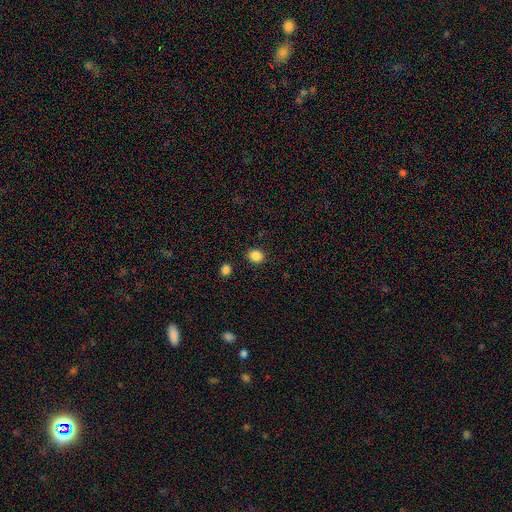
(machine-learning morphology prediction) smooth 87%, star or artifact 11%, featured or disk 3%. Down the decision tree: how rounded — round (74%); merging — none (88%).